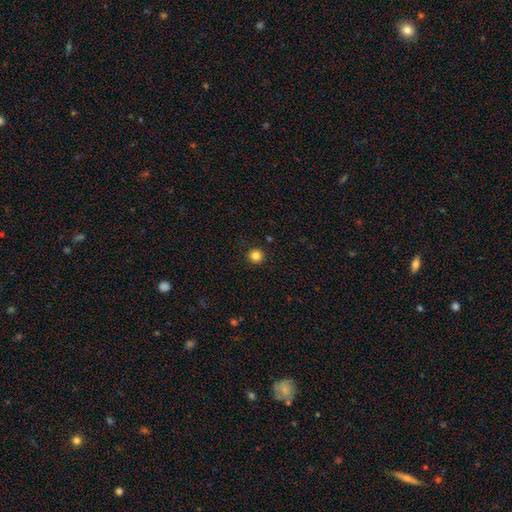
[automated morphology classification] smooth-or-featured: smooth: 84% | star or artifact: 12% | featured or disk: 4%
  how-rounded: round: 96% | in between: 4% | cigar-shaped: 1%
  merging: none: 93% | minor disturbance: 4% | major disturbance: 2% | merger: 1%